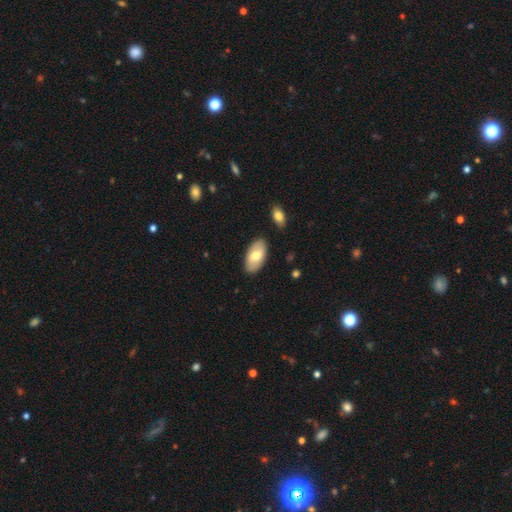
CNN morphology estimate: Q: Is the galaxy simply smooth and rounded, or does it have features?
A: smooth — 69%.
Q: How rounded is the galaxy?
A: in between — 95%.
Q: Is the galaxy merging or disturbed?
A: none — 87%.